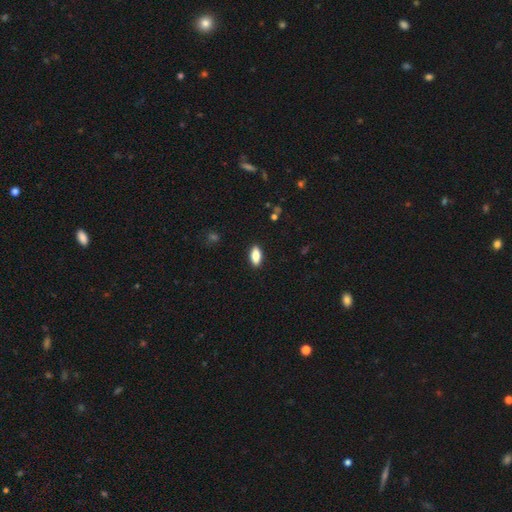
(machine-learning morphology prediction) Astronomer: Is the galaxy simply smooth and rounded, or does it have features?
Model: smooth — 84%.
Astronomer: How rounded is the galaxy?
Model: in between — 85%.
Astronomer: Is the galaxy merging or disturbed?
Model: none — 89%.